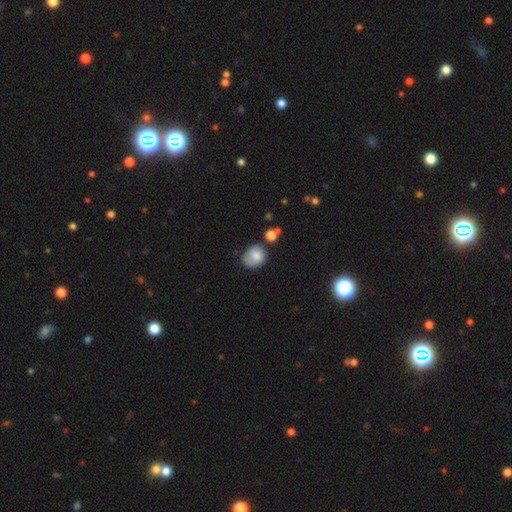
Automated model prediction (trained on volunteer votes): smooth-or-featured: smooth: 78% | featured or disk: 13% | star or artifact: 9%
  how-rounded: round: 61% | in between: 38% | cigar-shaped: 1%
  merging: none: 51% | minor disturbance: 30% | major disturbance: 11% | merger: 8%